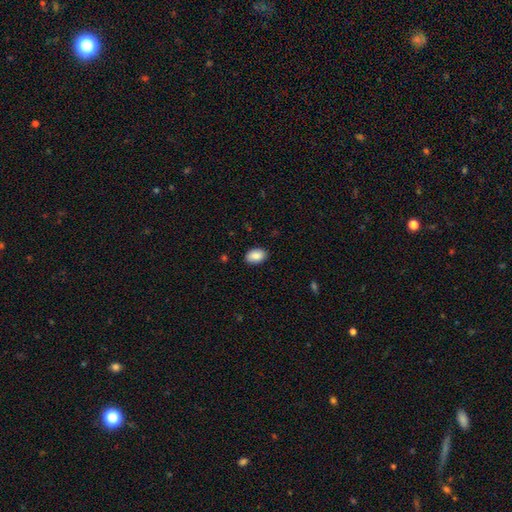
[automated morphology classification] Smooth or featured? Predicted: smooth (p=0.86). How rounded? Predicted: in between (p=0.87). Merging? Predicted: none (p=0.87).